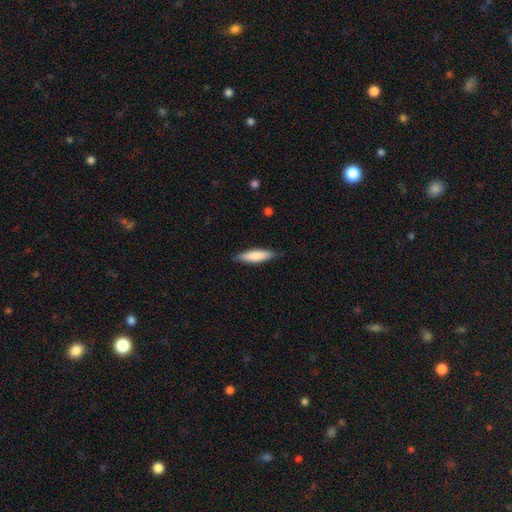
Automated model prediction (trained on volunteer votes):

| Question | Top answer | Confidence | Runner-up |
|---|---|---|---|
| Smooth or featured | smooth | 82% | featured or disk (13%) |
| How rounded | cigar-shaped | 63% | in between (35%) |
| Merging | none | 85% | minor disturbance (12%) |